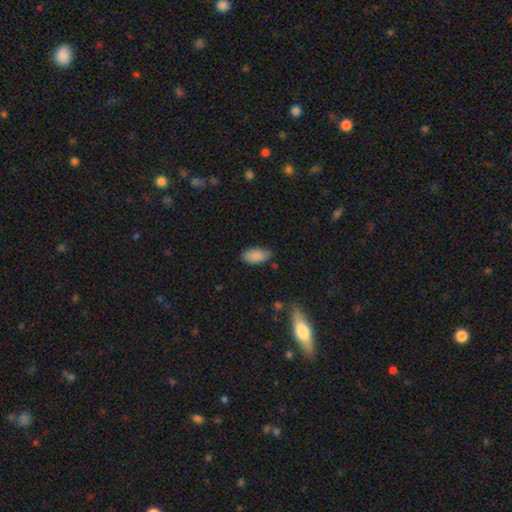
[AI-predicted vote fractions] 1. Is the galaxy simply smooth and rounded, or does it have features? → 88% smooth, 7% star or artifact, 5% featured or disk.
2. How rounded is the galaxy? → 93% in between, 4% cigar-shaped, 3% round.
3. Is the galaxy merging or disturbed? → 71% none, 23% minor disturbance, 4% major disturbance, 2% merger.